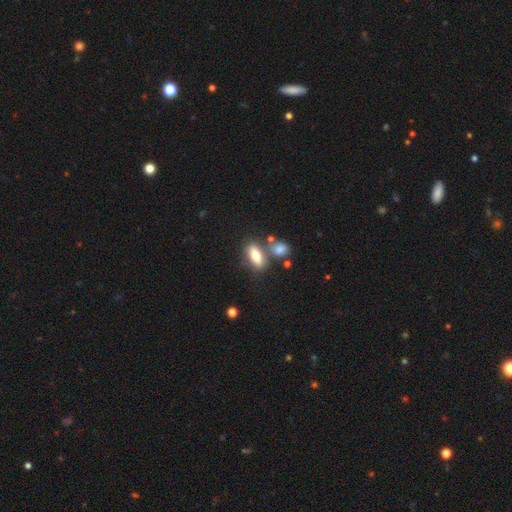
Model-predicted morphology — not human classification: smooth_or_featured: smooth (p=0.75) [alt: featured or disk p=0.18]
how_rounded: in between (p=0.76) [alt: cigar-shaped p=0.20]
merging: none (p=0.64) [alt: merger p=0.20]